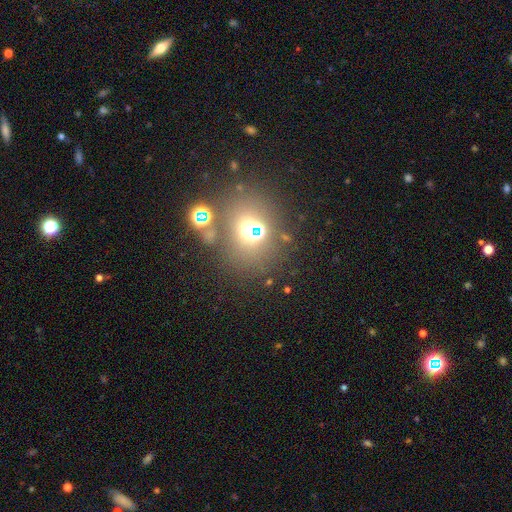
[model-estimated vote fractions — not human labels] This is possibly a smooth galaxy (48%). Merging: possibly none (57%).